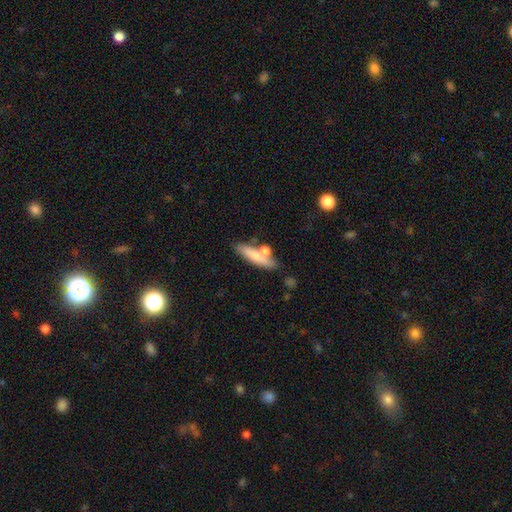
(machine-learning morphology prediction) Smooth or featured? Predicted: smooth (p=0.71). How rounded? Predicted: cigar-shaped (p=0.70). Merging? Predicted: none (p=0.61).